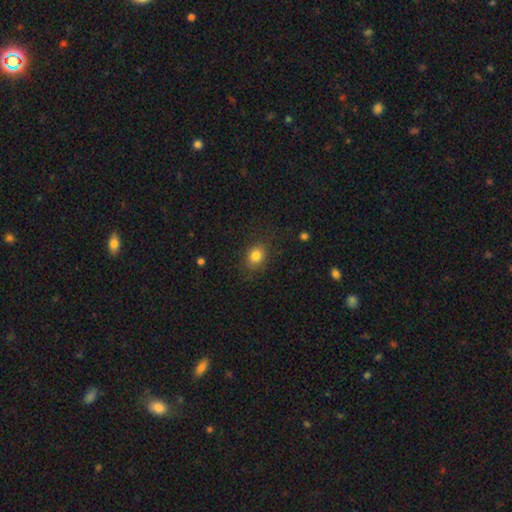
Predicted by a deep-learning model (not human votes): Morphology: type=smooth (82%); roundness=in between (52%); merging=none (82%).